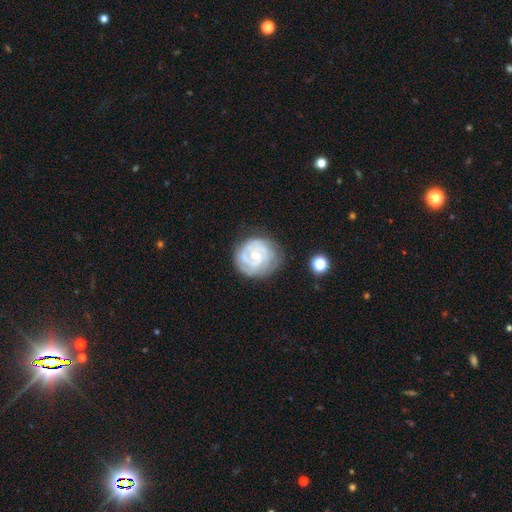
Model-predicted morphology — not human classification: A featured or disk galaxy (82%) with no bar (67%), 2 (35%) tight (73%) spiral arms (95%) and a small central bulge (66%).

Vote fractions:
- Smooth or featured? featured or disk: 82% / smooth: 12% / star or artifact: 5%
- Edge-on disk? no: 98% / yes: 2%
- Bar? no: 67% / weak: 28% / strong: 5%
- Spiral arms? yes: 95% / no: 5%
- Spiral winding? tight: 73% / medium: 22% / loose: 4%
- Spiral arm count? 2: 35% / 3: 25% / can't tell: 24% / 4: 6% / 1: 5% / more than 4: 4%
- Bulge size? small: 66% / moderate: 29% / none: 2% / large: 1% / dominant: 1%
- Merging? none: 75% / minor disturbance: 17% / major disturbance: 6% / merger: 2%